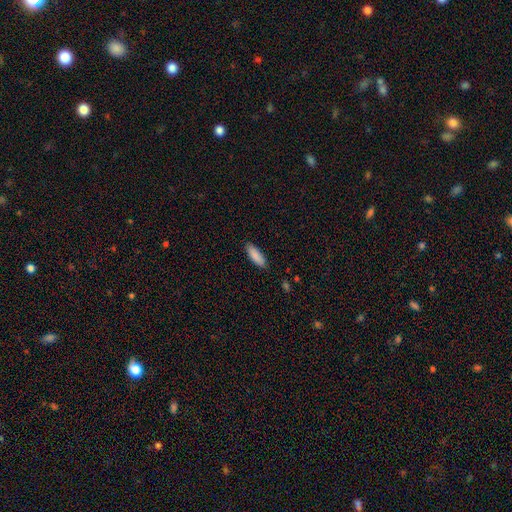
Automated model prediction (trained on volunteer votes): A smooth galaxy with no disk features (89%) that is in between round and cigar-shaped (61%). Merging: none (88%).